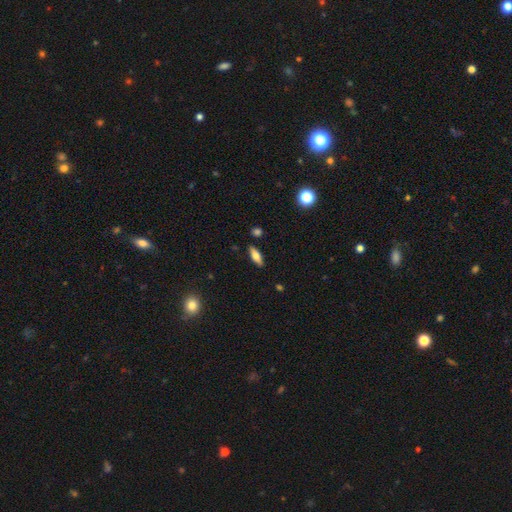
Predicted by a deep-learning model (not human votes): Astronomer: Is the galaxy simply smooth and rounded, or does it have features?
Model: smooth — 67%.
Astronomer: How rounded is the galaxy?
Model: in between — 64%.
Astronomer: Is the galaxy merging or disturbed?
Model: none — 87%.